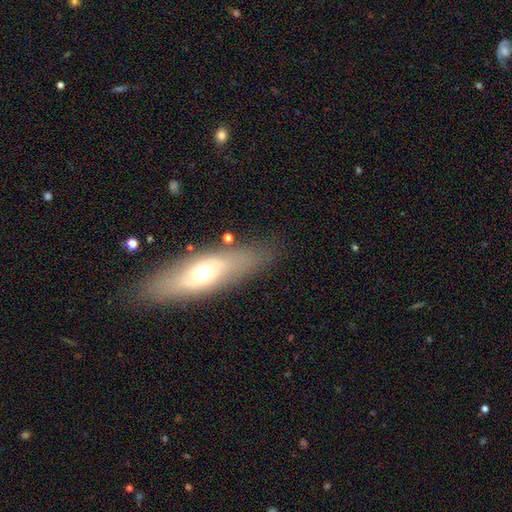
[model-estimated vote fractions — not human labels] Smooth or featured? smooth (50%)
Merging? none (82%)